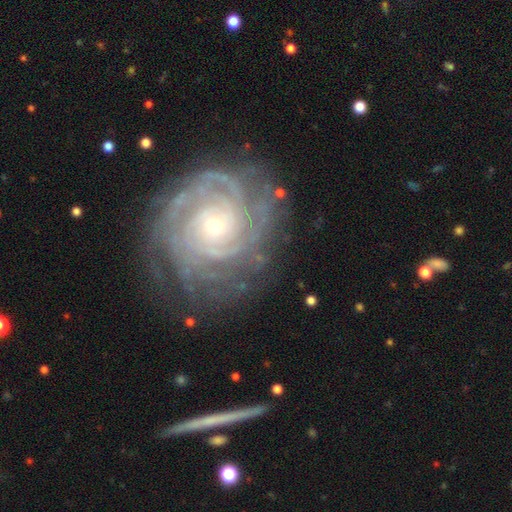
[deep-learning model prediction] Q: Smooth or featured?
A: featured or disk (86%); runner-up: star or artifact (7%)
Q: Edge-on disk?
A: no (96%); runner-up: yes (4%)
Q: Bar?
A: no (76%); runner-up: weak (17%)
Q: Spiral arms?
A: yes (97%); runner-up: no (3%)
Q: Spiral winding?
A: tight (81%); runner-up: medium (16%)
Q: Spiral arm count?
A: can't tell (28%); runner-up: 4 (19%)
Q: Bulge size?
A: small (65%); runner-up: moderate (30%)
Q: Merging?
A: none (78%); runner-up: minor disturbance (14%)